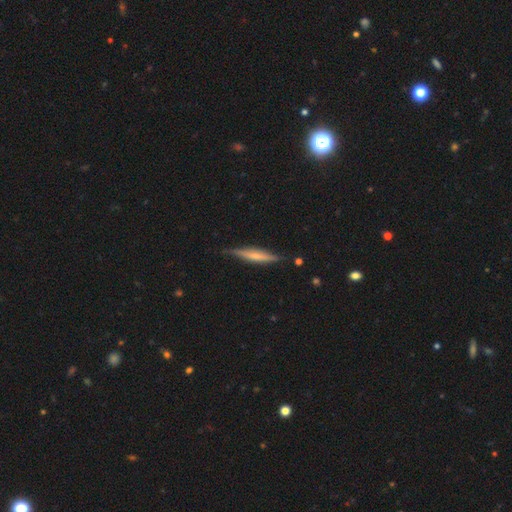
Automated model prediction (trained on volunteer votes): Morphology: type=featured or disk (56%); edge-on=yes (95%); edge-on bulge=rounded (45%); merging=none (80%).